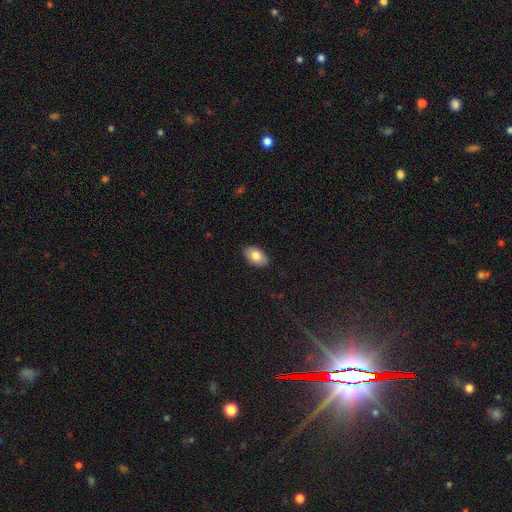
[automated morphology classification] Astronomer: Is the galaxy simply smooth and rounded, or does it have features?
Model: smooth — 82%.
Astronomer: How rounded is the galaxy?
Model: in between — 93%.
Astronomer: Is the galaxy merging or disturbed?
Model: none — 89%.